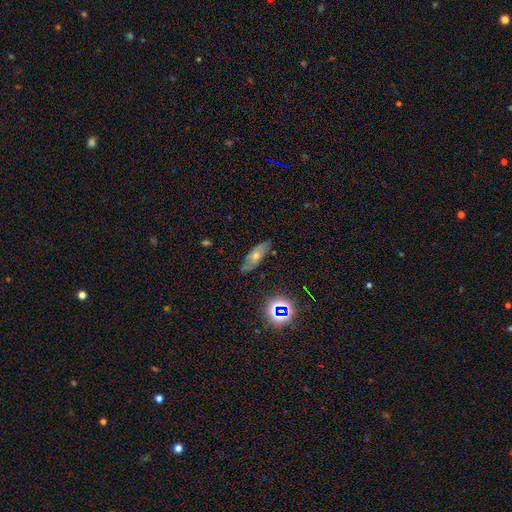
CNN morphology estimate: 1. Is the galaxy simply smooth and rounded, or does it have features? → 48% featured or disk, 34% smooth, 18% star or artifact.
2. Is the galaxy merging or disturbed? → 78% none, 17% minor disturbance, 4% major disturbance, 2% merger.